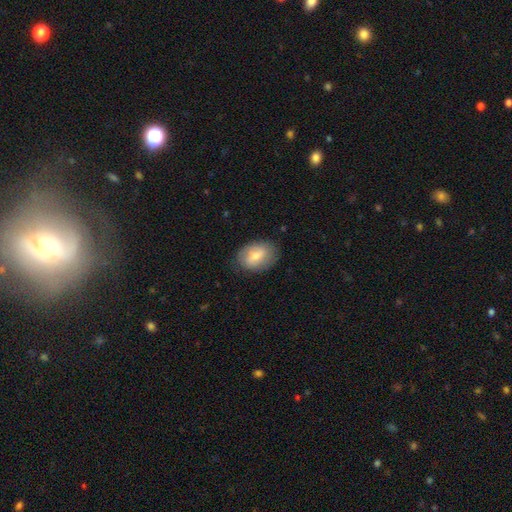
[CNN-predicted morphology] The model was most divided on "smooth or featured": smooth: 71%, featured or disk: 22%, star or artifact: 7%. More confident: how rounded — in between (82%); merging — none (79%).